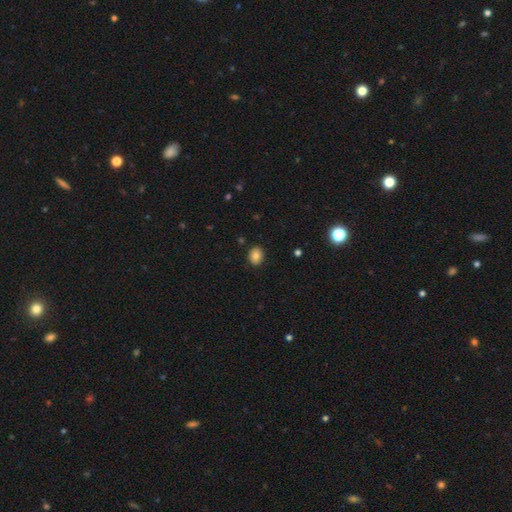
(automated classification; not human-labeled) This appears to be a smooth galaxy with no disk features (80%) that is in between round and cigar-shaped (51%). Merging: none (89%).